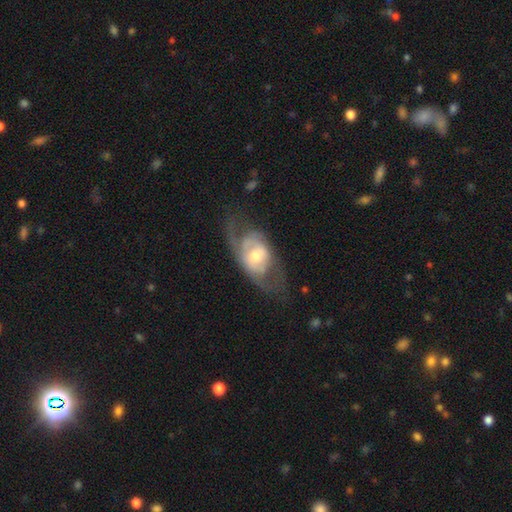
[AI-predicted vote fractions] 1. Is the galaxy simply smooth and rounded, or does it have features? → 67% featured or disk, 27% smooth, 6% star or artifact.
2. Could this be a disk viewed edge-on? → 91% no, 9% yes.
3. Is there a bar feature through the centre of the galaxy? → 59% no, 32% weak, 9% strong.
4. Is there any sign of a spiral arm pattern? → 64% yes, 36% no.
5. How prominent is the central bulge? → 63% moderate, 22% small, 11% large, 1% none, 1% dominant.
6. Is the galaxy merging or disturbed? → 52% none, 25% major disturbance, 21% minor disturbance, 2% merger.